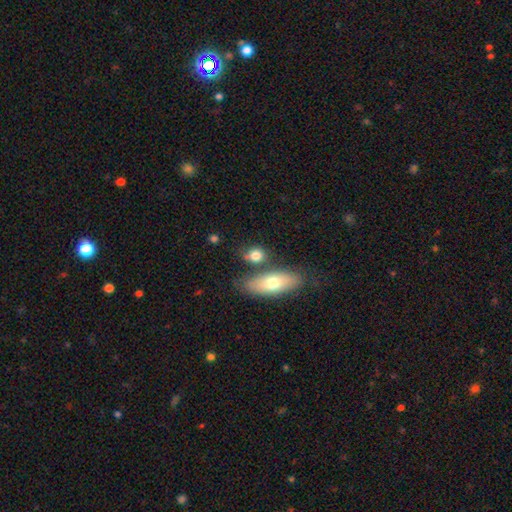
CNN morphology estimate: A smooth galaxy with no disk features (78%) that is in between round and cigar-shaped (54%).

Vote fractions:
- Smooth or featured? smooth: 78% / featured or disk: 14% / star or artifact: 8%
- How rounded? in between: 54% / round: 39% / cigar-shaped: 7%
- Merging? none: 60% / merger: 20% / minor disturbance: 14% / major disturbance: 5%